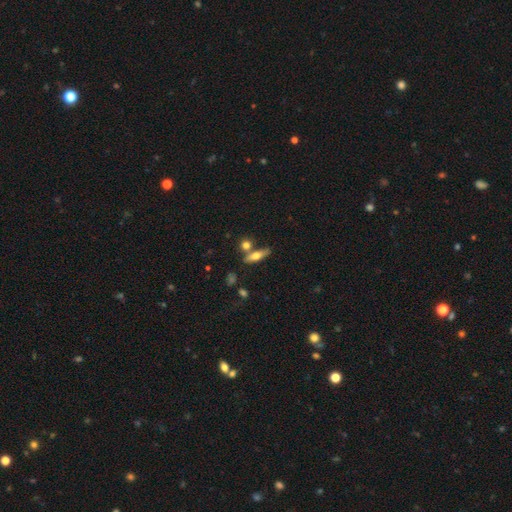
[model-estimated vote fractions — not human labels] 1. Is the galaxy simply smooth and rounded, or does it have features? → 53% smooth, 39% featured or disk, 8% star or artifact.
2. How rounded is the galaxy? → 53% cigar-shaped, 37% in between, 10% round.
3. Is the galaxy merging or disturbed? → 66% none, 19% merger, 12% minor disturbance, 4% major disturbance.